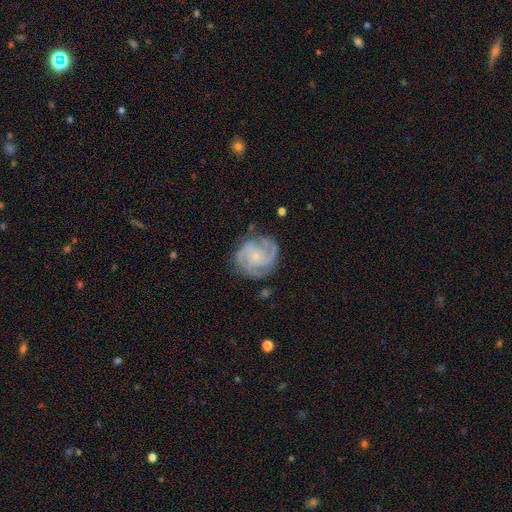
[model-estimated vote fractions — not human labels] featured or disk 88%, smooth 7%, star or artifact 5%. Down the decision tree: edge-on disk — no (98%); bar — no (76%); spiral arms — yes (98%); spiral arm count — 3 (46%); spiral winding — tight (57%); bulge size — small (80%); merging — none (76%).